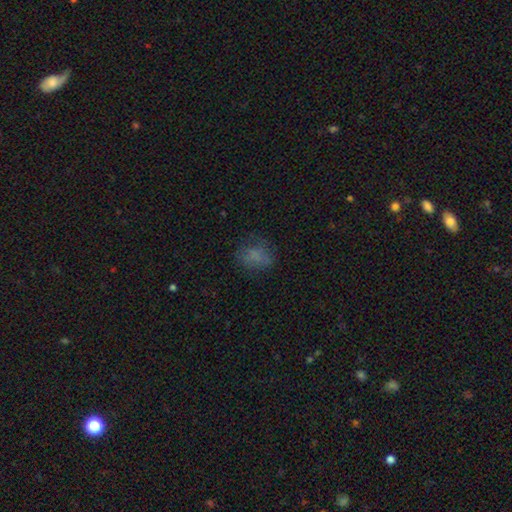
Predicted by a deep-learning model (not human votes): A smooth galaxy with no disk features (69%) that is in between round and cigar-shaped (50%).

Vote fractions:
- Smooth or featured? smooth: 69% / star or artifact: 16% / featured or disk: 15%
- How rounded? in between: 50% / round: 48% / cigar-shaped: 1%
- Merging? none: 66% / minor disturbance: 20% / major disturbance: 13% / merger: 2%